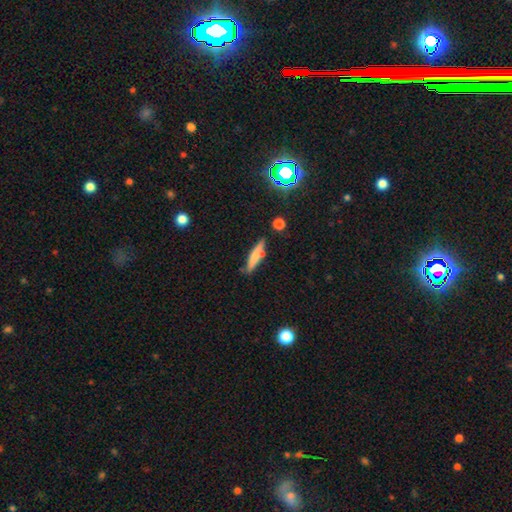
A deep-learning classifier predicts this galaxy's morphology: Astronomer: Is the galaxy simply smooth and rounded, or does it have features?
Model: smooth — 66%.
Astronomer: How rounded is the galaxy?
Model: cigar-shaped — 86%.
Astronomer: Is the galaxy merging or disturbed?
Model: none — 72%.